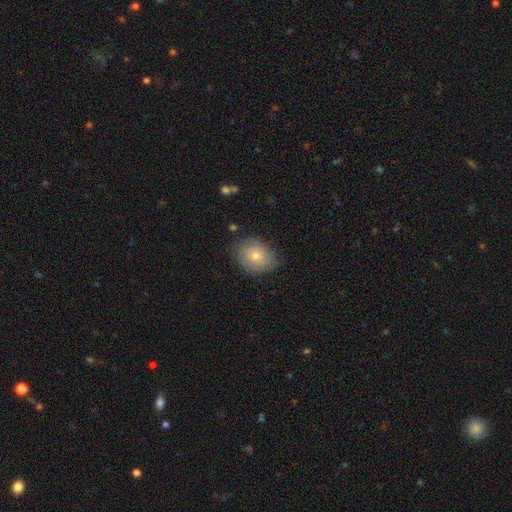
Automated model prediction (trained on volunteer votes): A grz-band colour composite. It shows a smooth galaxy with no disk features (64%) that is in between round and cigar-shaped (52%). Merging: none (73%).